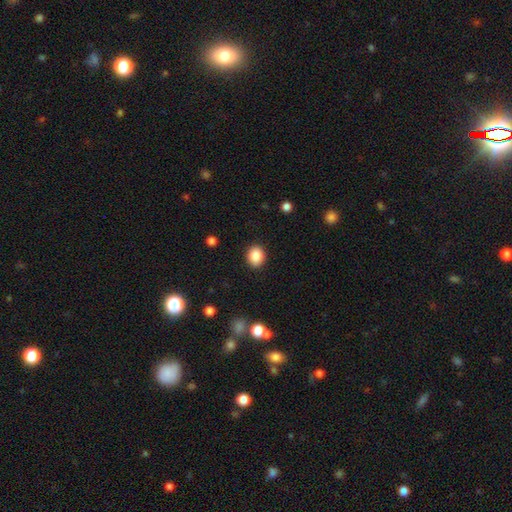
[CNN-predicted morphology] type=smooth (86%); roundness=round (67%); merging=none (91%).